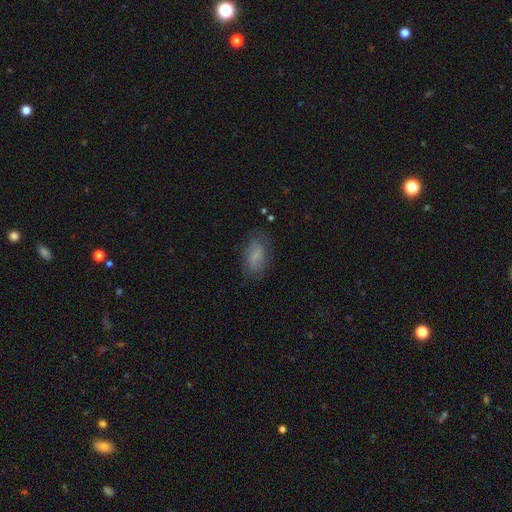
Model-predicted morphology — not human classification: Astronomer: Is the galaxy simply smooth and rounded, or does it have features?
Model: smooth — 71%.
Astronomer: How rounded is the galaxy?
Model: in between — 90%.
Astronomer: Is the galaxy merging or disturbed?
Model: none — 71%.